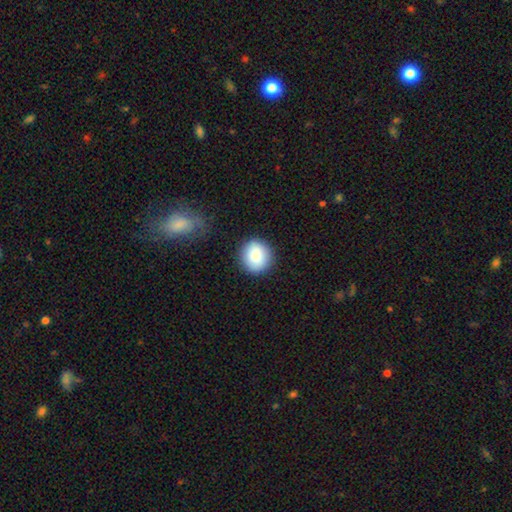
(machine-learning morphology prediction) This appears to be a smooth galaxy with no disk features (83%) that is round (86%). Merging: none (89%).